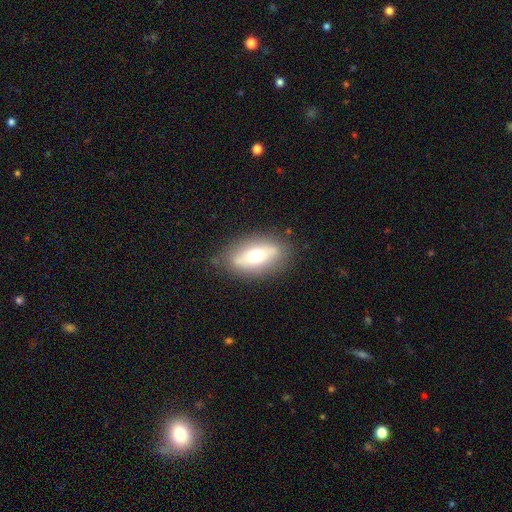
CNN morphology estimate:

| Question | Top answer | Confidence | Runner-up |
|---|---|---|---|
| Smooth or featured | smooth | 52% | featured or disk (40%) |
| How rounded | in between | 81% | cigar-shaped (13%) |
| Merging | none | 78% | minor disturbance (16%) |